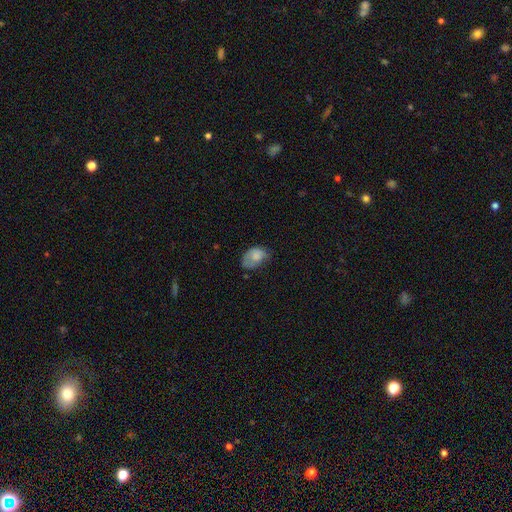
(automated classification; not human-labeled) Smooth or featured: smooth — 75% (featured or disk — 16%)
How rounded: in between — 83% (round — 16%)
Merging: none — 41% (minor disturbance — 37%)